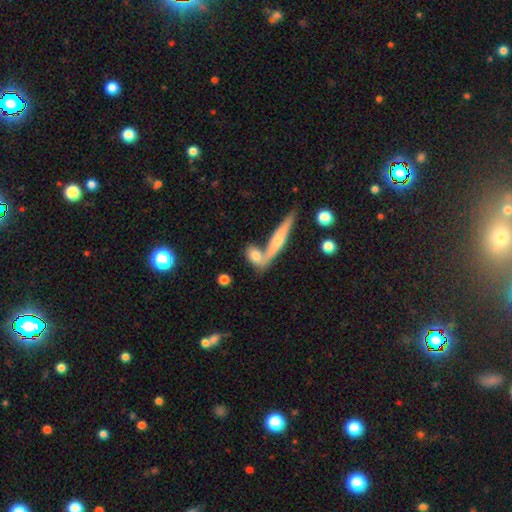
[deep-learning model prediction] Smooth or featured?
  - smooth: 66% *
  - featured or disk: 27%
  - star or artifact: 7%
How rounded?
  - in between: 58% *
  - cigar-shaped: 27%
  - round: 16%
Merging?
  - none: 43% *
  - merger: 41%
  - minor disturbance: 11%
  - major disturbance: 5%